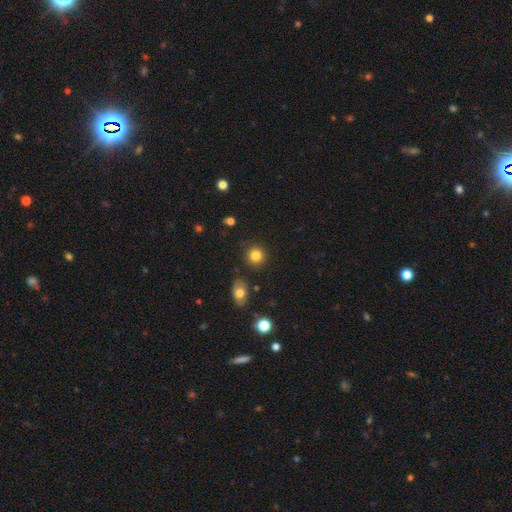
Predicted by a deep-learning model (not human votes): This appears to be a smooth galaxy with no disk features (83%) that is round (90%). Merging: none (87%).